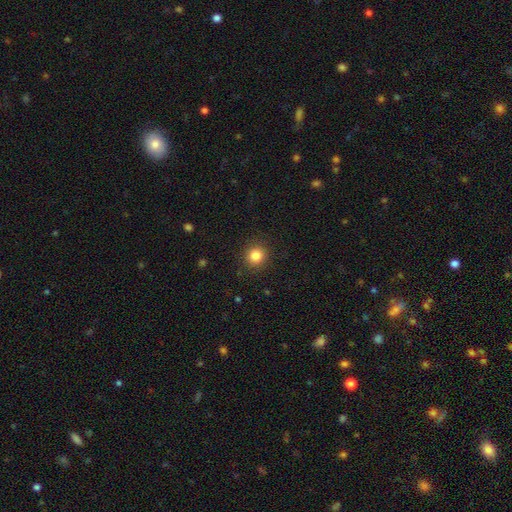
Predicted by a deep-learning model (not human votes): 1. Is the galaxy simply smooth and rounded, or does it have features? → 84% smooth, 11% star or artifact, 5% featured or disk.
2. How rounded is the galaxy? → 90% round, 9% in between, 1% cigar-shaped.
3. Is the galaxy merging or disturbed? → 90% none, 6% minor disturbance, 2% major disturbance, 1% merger.